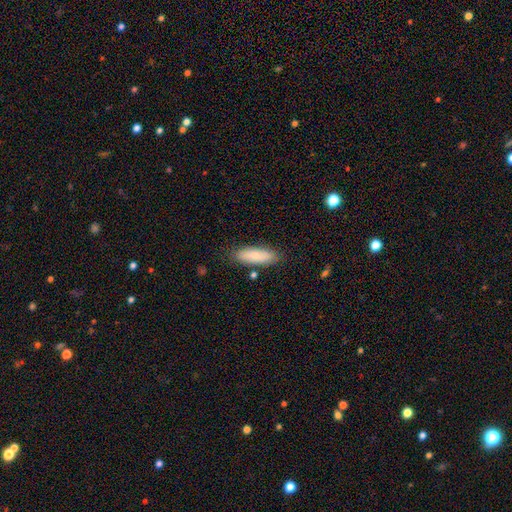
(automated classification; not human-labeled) This appears to be a smooth galaxy with no disk features (82%) that is in between round and cigar-shaped (50%). Merging: none (84%).